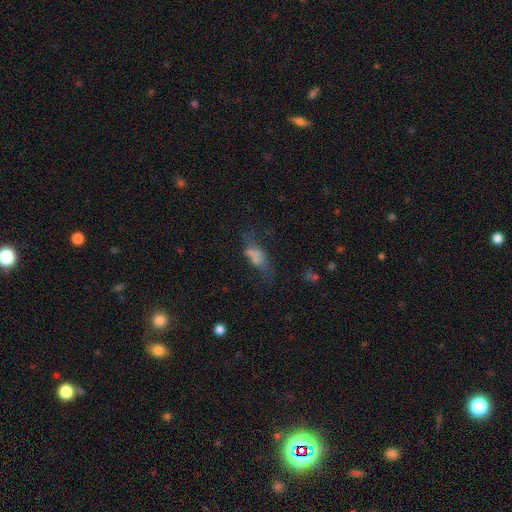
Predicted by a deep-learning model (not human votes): The model was most divided on "merging": major disturbance: 35%, none: 30%, minor disturbance: 24%, merger: 11%. More confident: how rounded — in between (74%); smooth or featured — smooth (56%).